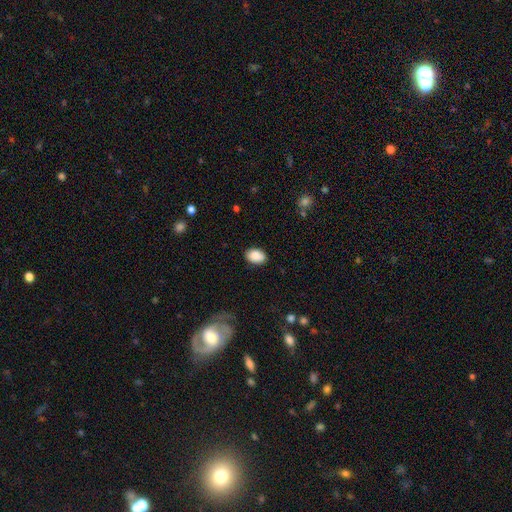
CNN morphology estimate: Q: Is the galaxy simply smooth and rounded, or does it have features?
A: smooth — 88%.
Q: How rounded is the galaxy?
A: in between — 83%.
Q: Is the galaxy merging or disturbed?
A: none — 84%.